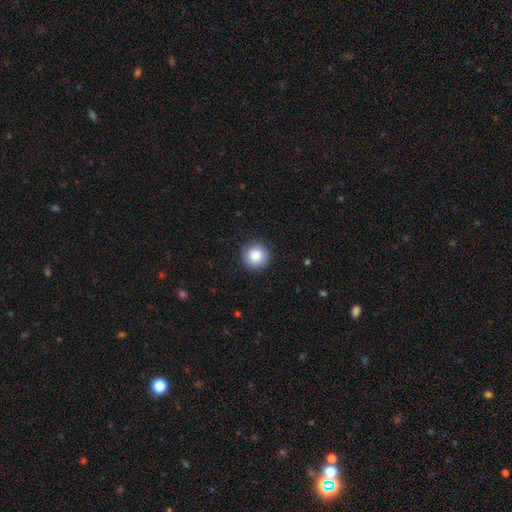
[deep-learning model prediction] Q: Smooth or featured?
A: smooth (86%); runner-up: star or artifact (9%)
Q: How rounded?
A: round (95%); runner-up: in between (4%)
Q: Merging?
A: none (90%); runner-up: minor disturbance (7%)